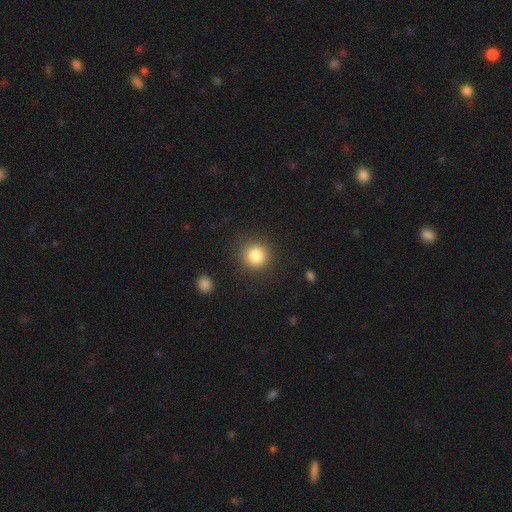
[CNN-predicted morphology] Smooth or featured? Predicted: smooth (p=0.85). How rounded? Predicted: round (p=0.92). Merging? Predicted: none (p=0.88).